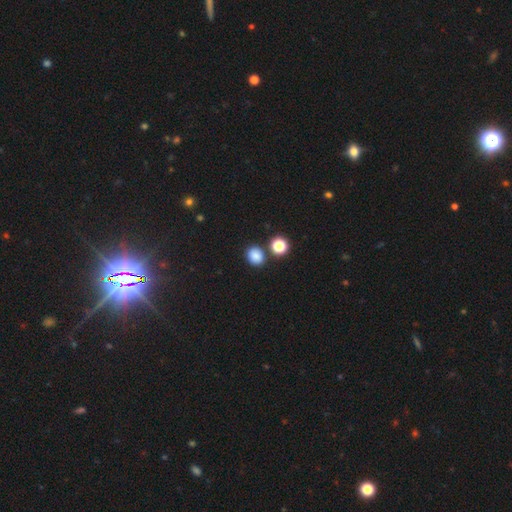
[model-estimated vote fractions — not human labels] Smooth or featured: smooth — 84% (star or artifact — 12%)
How rounded: round — 64% (in between — 35%)
Merging: none — 79% (minor disturbance — 9%)